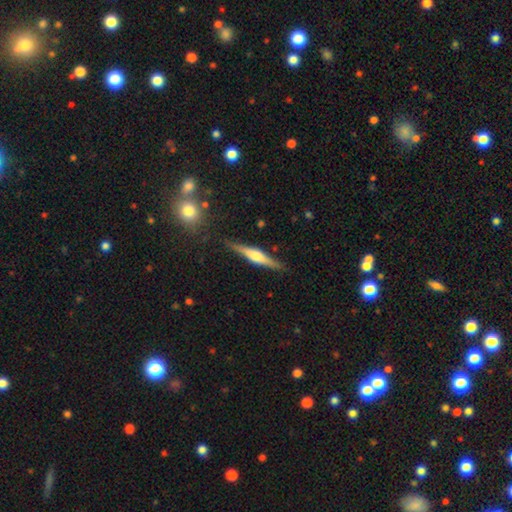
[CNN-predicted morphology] A featured or disk galaxy (66%) viewed edge-on (97%) with a rounded central bulge (82%). Merging: none (86%).